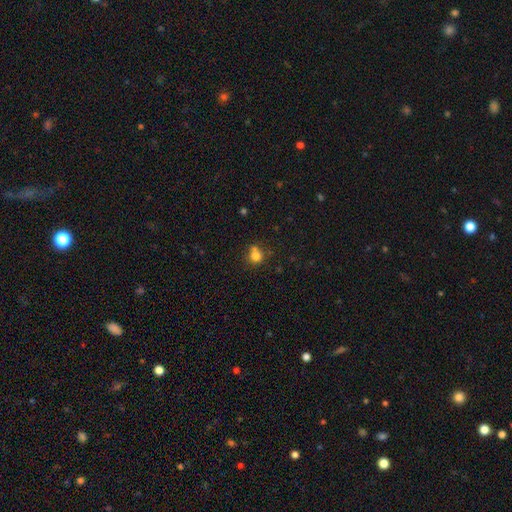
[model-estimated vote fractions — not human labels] smooth 77%, star or artifact 13%, featured or disk 10%. Down the decision tree: how rounded — round (83%); merging — none (52%).